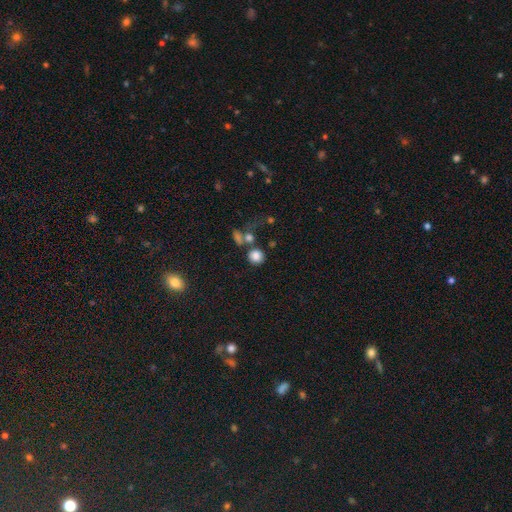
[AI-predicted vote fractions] Q: Smooth or featured?
A: smooth (82%); runner-up: star or artifact (11%)
Q: How rounded?
A: round (90%); runner-up: in between (9%)
Q: Merging?
A: none (61%); runner-up: merger (22%)